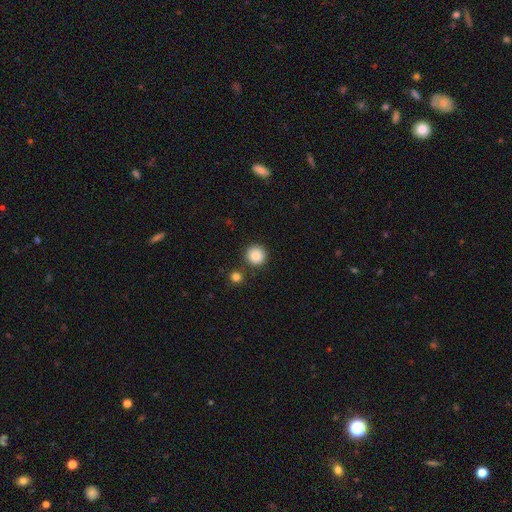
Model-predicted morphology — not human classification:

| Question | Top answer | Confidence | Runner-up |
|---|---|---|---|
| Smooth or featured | smooth | 87% | star or artifact (9%) |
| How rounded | round | 95% | in between (4%) |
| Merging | none | 86% | minor disturbance (7%) |